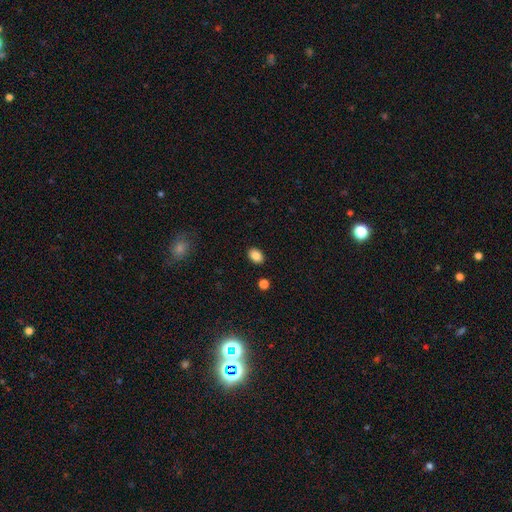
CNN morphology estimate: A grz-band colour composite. It shows a smooth galaxy with no disk features (86%) that is in between round and cigar-shaped (77%). Merging: none (88%).